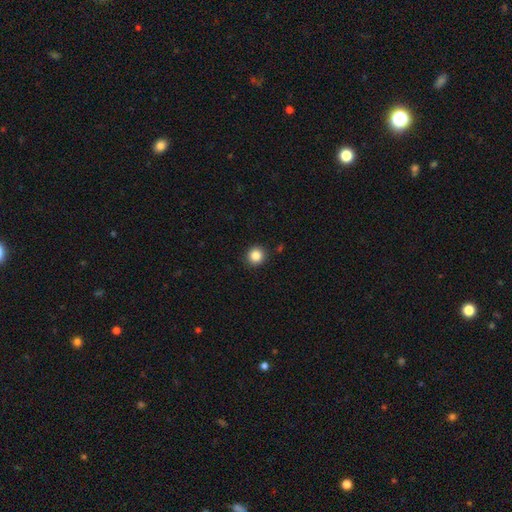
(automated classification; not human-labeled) Overall: smooth (86%). How rounded: round (94%). Merging: none (91%).